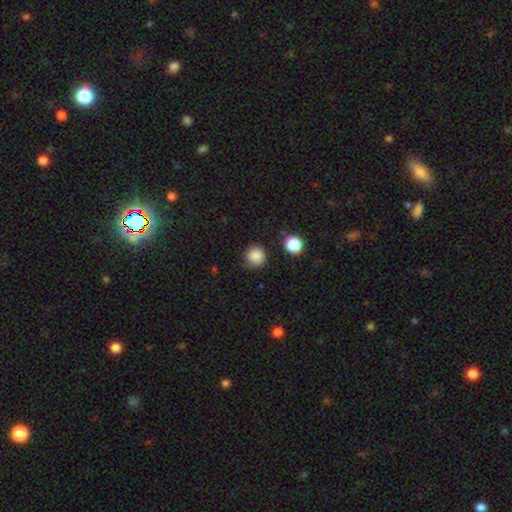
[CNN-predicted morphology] Smooth or featured? Predicted: smooth (p=0.86). How rounded? Predicted: round (p=0.93). Merging? Predicted: none (p=0.83).